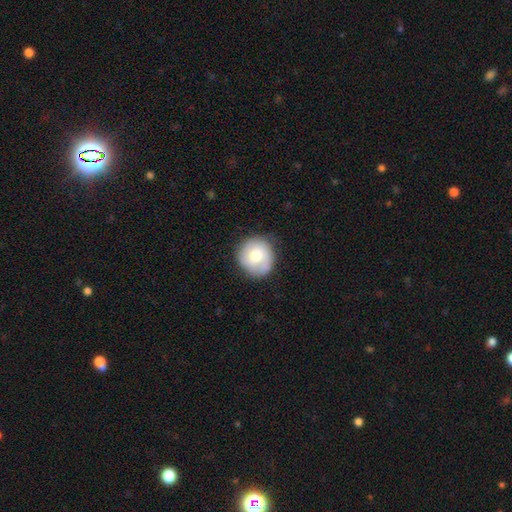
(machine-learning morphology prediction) type=smooth (62%); roundness=round (90%); merging=none (78%).